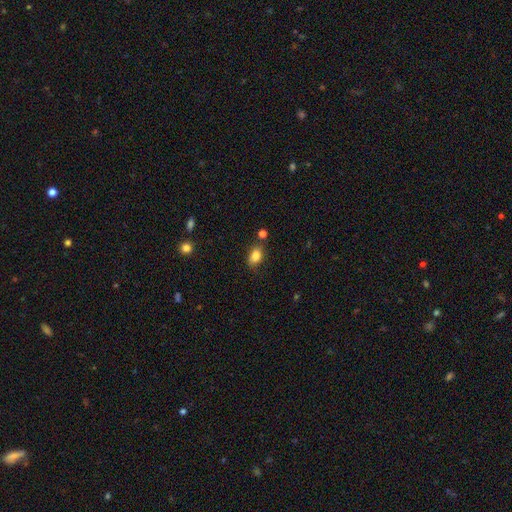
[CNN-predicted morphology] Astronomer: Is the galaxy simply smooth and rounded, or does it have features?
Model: smooth — 84%.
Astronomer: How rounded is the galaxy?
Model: in between — 82%.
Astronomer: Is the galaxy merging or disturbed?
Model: none — 74%.